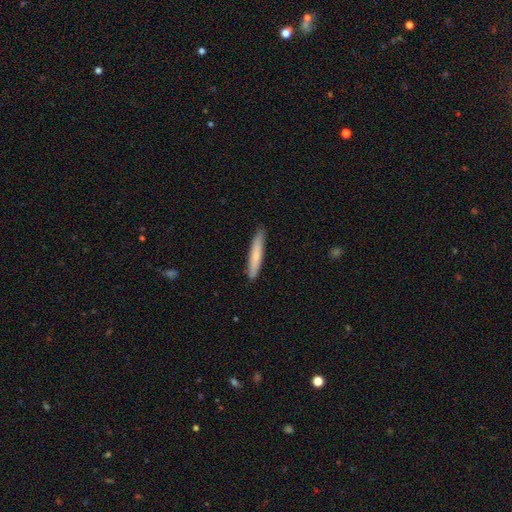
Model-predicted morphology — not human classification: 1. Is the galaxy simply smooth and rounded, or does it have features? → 73% smooth, 21% featured or disk, 5% star or artifact.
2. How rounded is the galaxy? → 93% cigar-shaped, 6% in between, 1% round.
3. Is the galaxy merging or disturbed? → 87% none, 10% minor disturbance, 2% major disturbance, 1% merger.